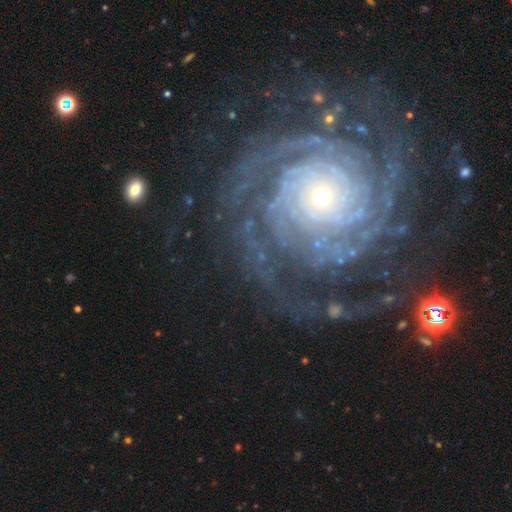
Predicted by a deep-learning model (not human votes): Smooth or featured? Predicted: featured or disk (p=0.88). Edge-on disk? Predicted: no (p=0.97). Bar? Predicted: no (p=0.79). Spiral arms? Predicted: yes (p=0.97). Spiral winding? Predicted: tight (p=0.81). Spiral arm count? Predicted: can't tell (p=0.27). Bulge size? Predicted: small (p=0.60). Merging? Predicted: none (p=0.72).